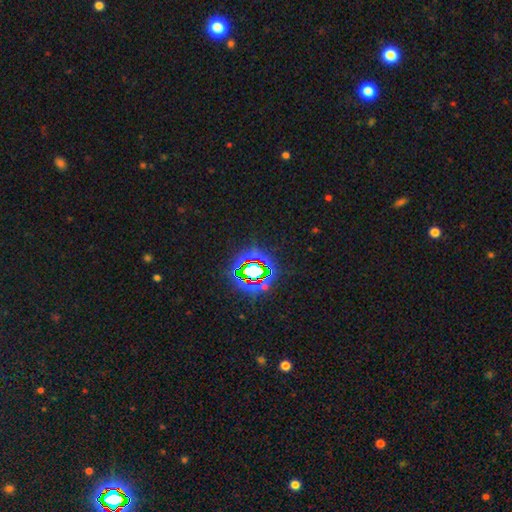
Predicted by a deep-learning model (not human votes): The model was most divided on "smooth or featured": star or artifact: 82%, smooth: 10%, featured or disk: 8%.